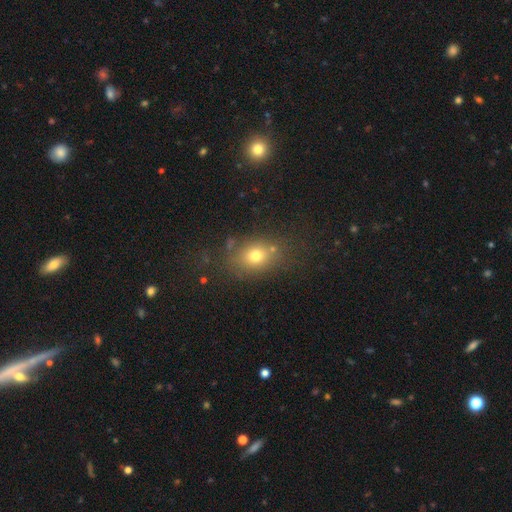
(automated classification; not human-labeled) Q: Smooth or featured?
A: smooth (72%); runner-up: star or artifact (16%)
Q: How rounded?
A: in between (58%); runner-up: round (40%)
Q: Merging?
A: none (72%); runner-up: minor disturbance (16%)